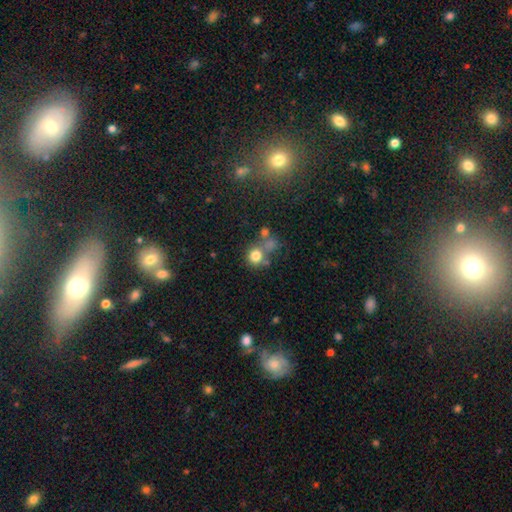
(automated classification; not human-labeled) Q: Smooth or featured?
A: smooth (76%); runner-up: star or artifact (14%)
Q: How rounded?
A: round (86%); runner-up: in between (13%)
Q: Merging?
A: none (52%); runner-up: merger (28%)